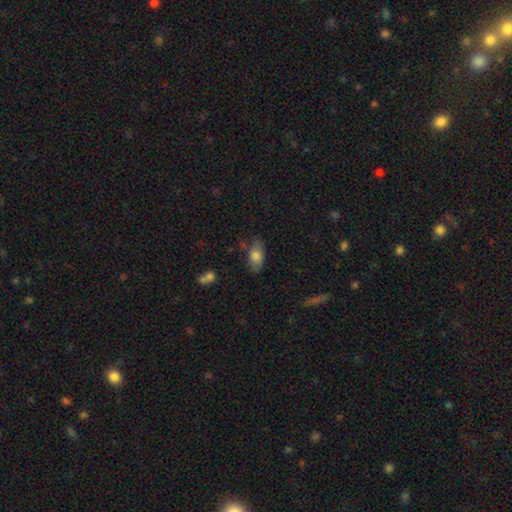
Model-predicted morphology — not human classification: Smooth or featured? smooth (77%)
How rounded? in between (87%)
Merging? none (62%)